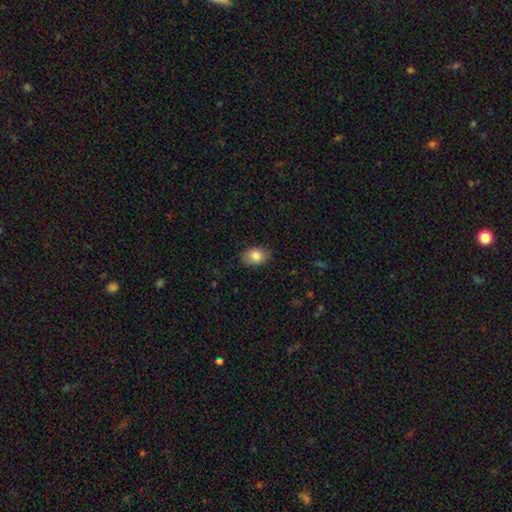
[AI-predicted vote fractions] The model was most divided on "how rounded": in between: 78%, round: 21%, cigar-shaped: 1%. More confident: smooth or featured — smooth (84%); merging — none (84%).